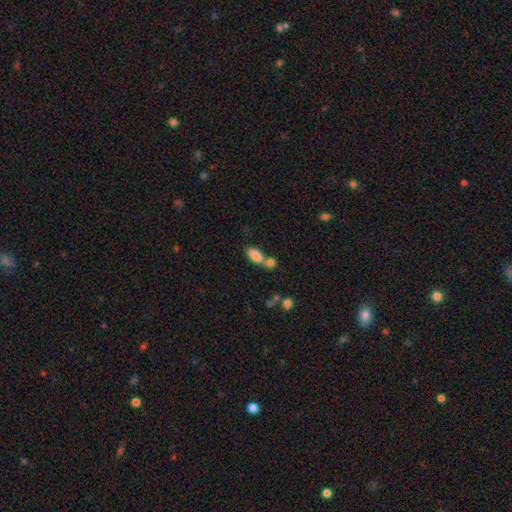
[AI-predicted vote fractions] smooth_or_featured: smooth (p=0.84) [alt: star or artifact p=0.08]
how_rounded: in between (p=0.90) [alt: cigar-shaped p=0.05]
merging: merger (p=0.44) [alt: none p=0.40]